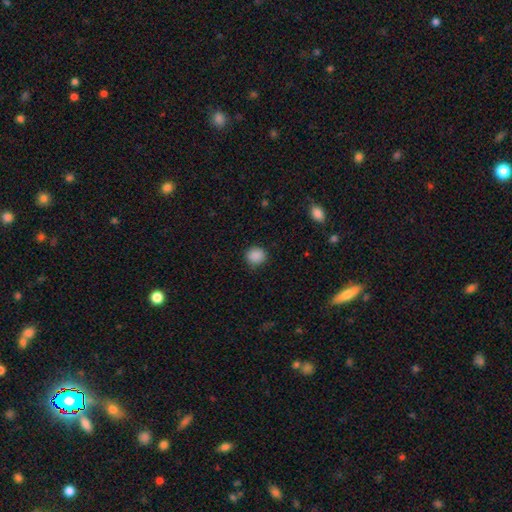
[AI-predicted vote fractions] The model was most divided on "how rounded": round: 83%, in between: 16%, cigar-shaped: 1%. More confident: smooth or featured — smooth (88%); merging — none (87%).